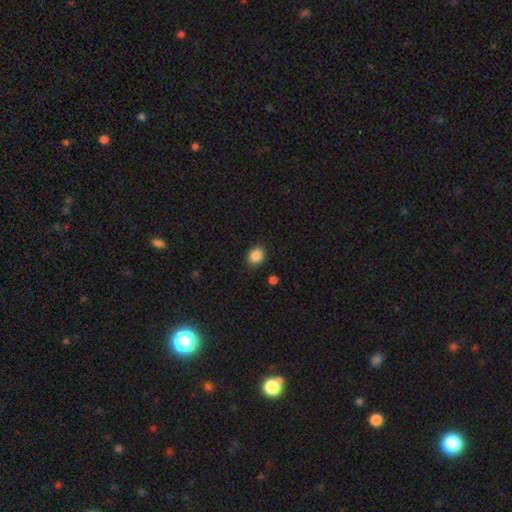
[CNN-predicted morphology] Smooth or featured? Predicted: smooth (p=0.87). How rounded? Predicted: round (p=0.58). Merging? Predicted: none (p=0.87).